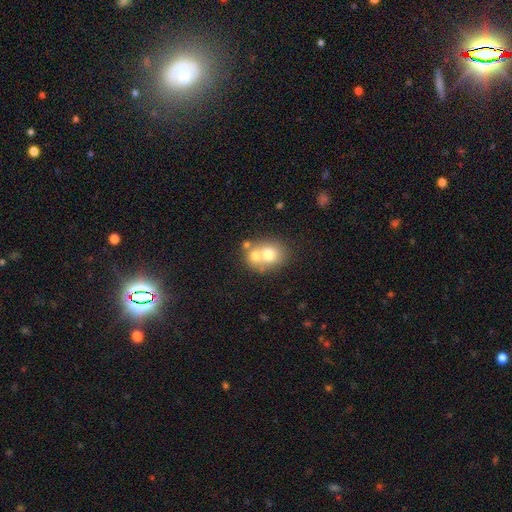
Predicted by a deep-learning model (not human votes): Smooth or featured?
  - smooth: 67% *
  - featured or disk: 23%
  - star or artifact: 10%
How rounded?
  - round: 67% *
  - in between: 32%
  - cigar-shaped: 1%
Merging?
  - merger: 57% *
  - none: 33%
  - minor disturbance: 7%
  - major disturbance: 3%